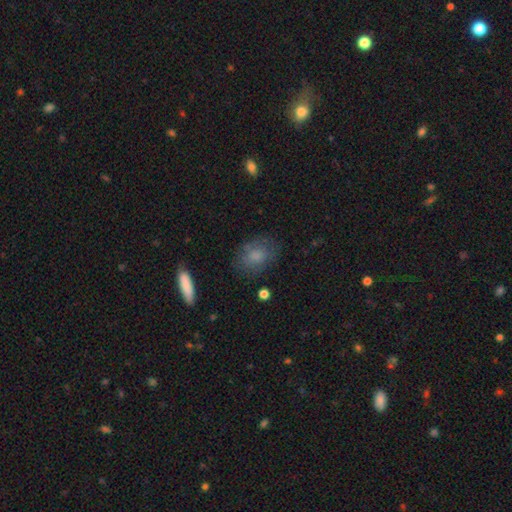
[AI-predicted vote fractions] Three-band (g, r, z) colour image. It shows a smooth galaxy with no disk features (75%) that is in between round and cigar-shaped (69%). Merging: none (70%).